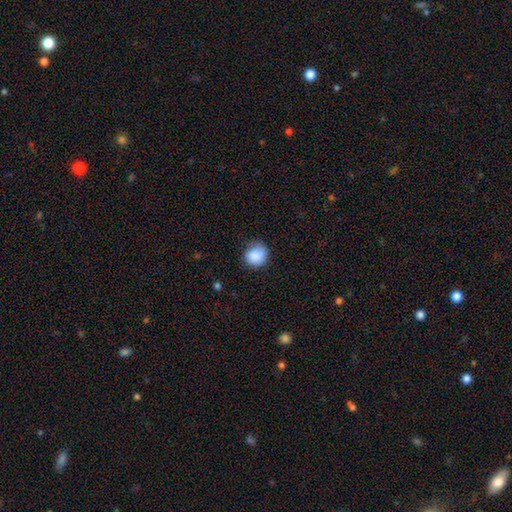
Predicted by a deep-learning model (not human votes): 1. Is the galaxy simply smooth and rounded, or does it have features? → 88% smooth, 8% star or artifact, 4% featured or disk.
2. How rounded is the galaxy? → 86% round, 13% in between, 1% cigar-shaped.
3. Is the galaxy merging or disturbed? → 76% none, 19% minor disturbance, 4% major disturbance, 1% merger.